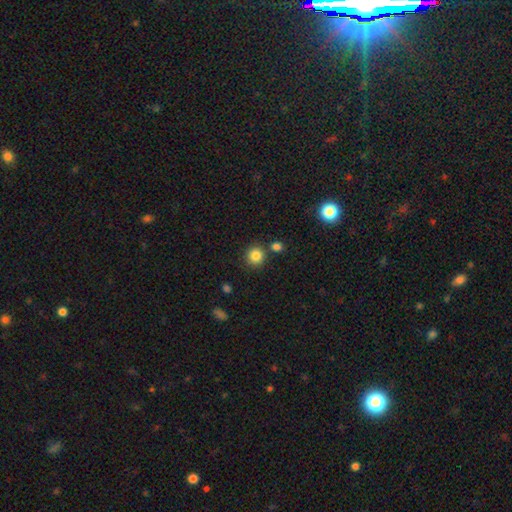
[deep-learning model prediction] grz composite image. It shows a smooth galaxy with no disk features (84%) that is round (92%). Merging: none (81%).